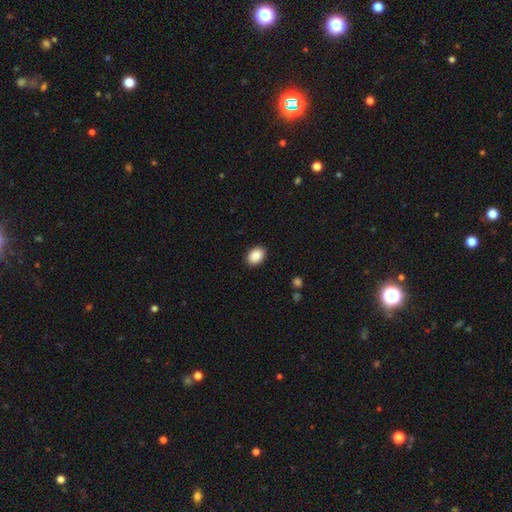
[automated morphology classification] Smooth or featured? smooth (90%)
How rounded? in between (77%)
Merging? none (90%)